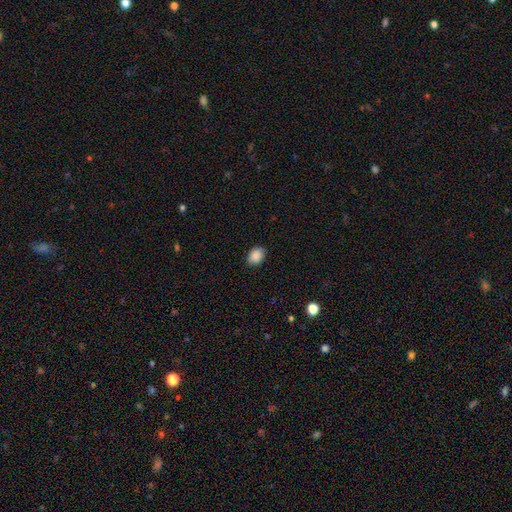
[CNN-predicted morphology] type=smooth (89%); roundness=in between (68%); merging=none (88%).